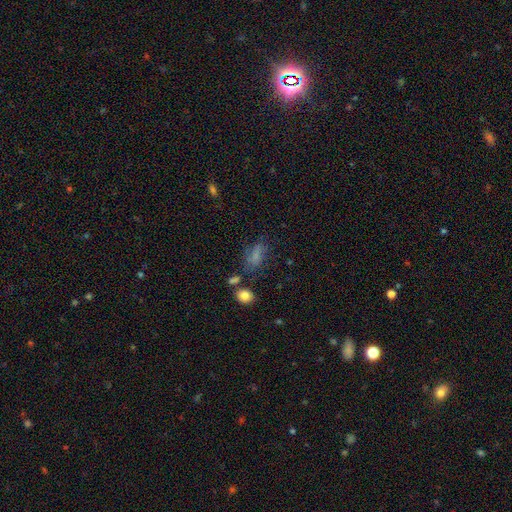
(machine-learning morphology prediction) Smooth or featured? Predicted: smooth (p=0.68). How rounded? Predicted: in between (p=0.80). Merging? Predicted: none (p=0.51).